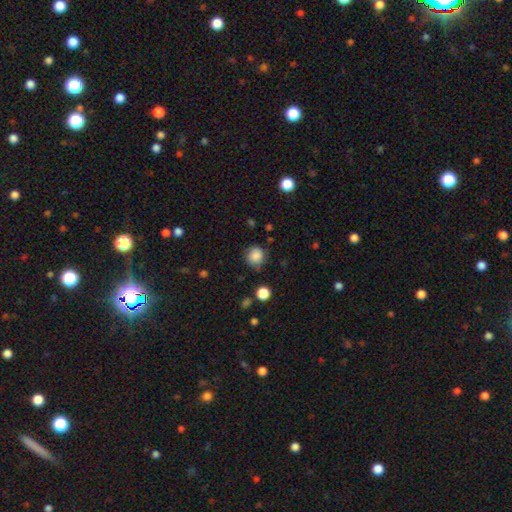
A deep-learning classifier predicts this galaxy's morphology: A smooth galaxy with no disk features (86%) that is round (86%).

Vote fractions:
- Smooth or featured? smooth: 86% / star or artifact: 10% / featured or disk: 5%
- How rounded? round: 86% / in between: 13% / cigar-shaped: 1%
- Merging? none: 74% / minor disturbance: 19% / major disturbance: 5% / merger: 2%